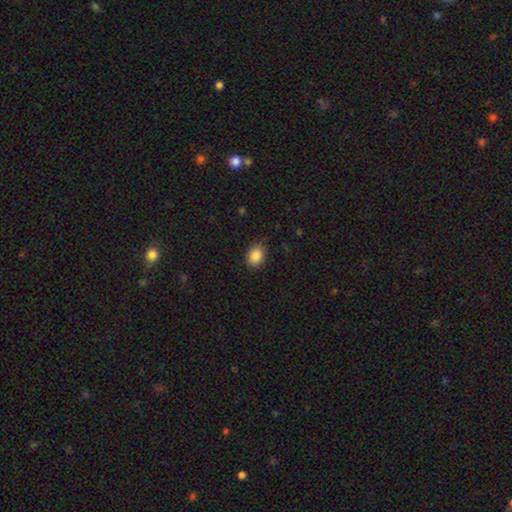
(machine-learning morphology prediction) smooth 87%, star or artifact 8%, featured or disk 4%. Down the decision tree: how rounded — in between (61%); merging — none (84%).